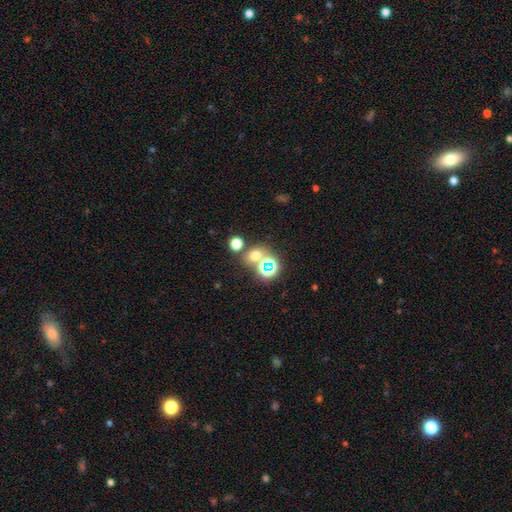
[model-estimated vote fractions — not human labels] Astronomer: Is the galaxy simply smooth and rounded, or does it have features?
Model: smooth — 55% (runner-up: star or artifact, 35%).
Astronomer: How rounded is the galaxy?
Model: round — 68%.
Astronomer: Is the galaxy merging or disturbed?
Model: none — 63%.